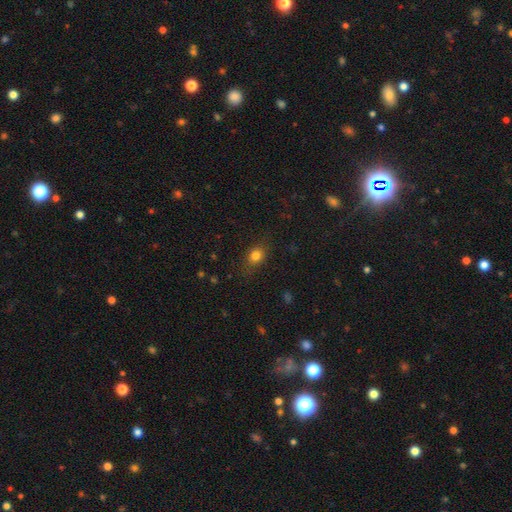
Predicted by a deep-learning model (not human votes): Smooth or featured? smooth (79%)
How rounded? round (49%, tied with in between)
Merging? none (79%)